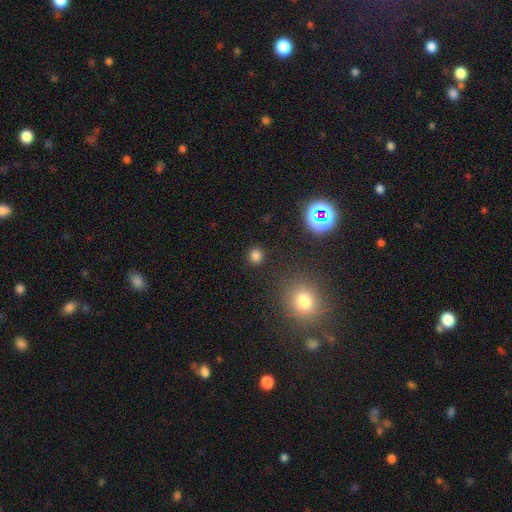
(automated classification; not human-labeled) Q: Smooth or featured?
A: smooth (77%); runner-up: star or artifact (19%)
Q: How rounded?
A: round (90%); runner-up: in between (9%)
Q: Merging?
A: none (89%); runner-up: minor disturbance (7%)